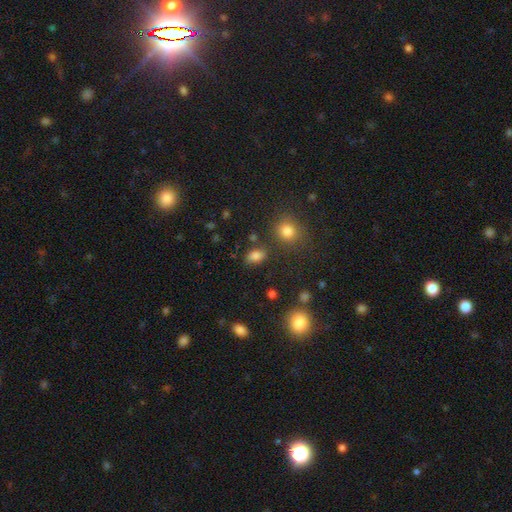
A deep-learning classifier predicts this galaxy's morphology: The model was most divided on "merging": none: 77%, minor disturbance: 13%, merger: 6%, major disturbance: 4%. More confident: how rounded — in between (82%); smooth or featured — smooth (80%).